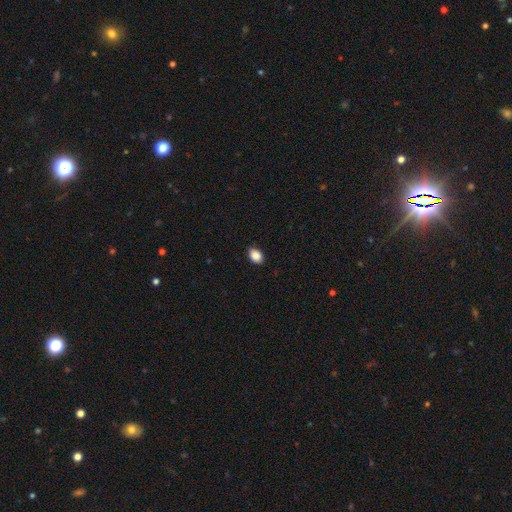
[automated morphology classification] The model was most divided on "how rounded": in between: 81%, round: 17%, cigar-shaped: 1%. More confident: smooth or featured — smooth (89%); merging — none (88%).